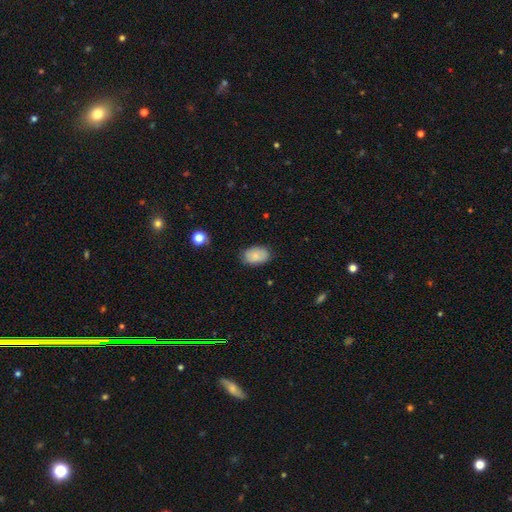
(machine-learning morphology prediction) type=smooth (79%); roundness=in between (89%); merging=none (76%).